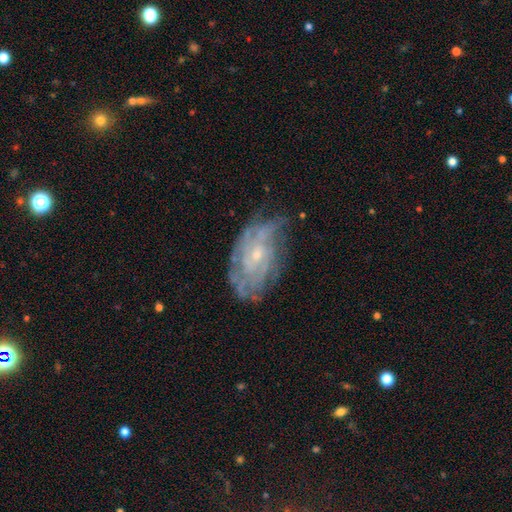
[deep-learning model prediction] The model was most divided on "spiral winding": tight: 57%, medium: 31%, loose: 12%. More confident: edge-on disk — no (95%); spiral arms — yes (82%); smooth or featured — featured or disk (78%); bulge size — small (73%); bar — no (69%); merging — none (62%); spiral arm count — can't tell (53%).